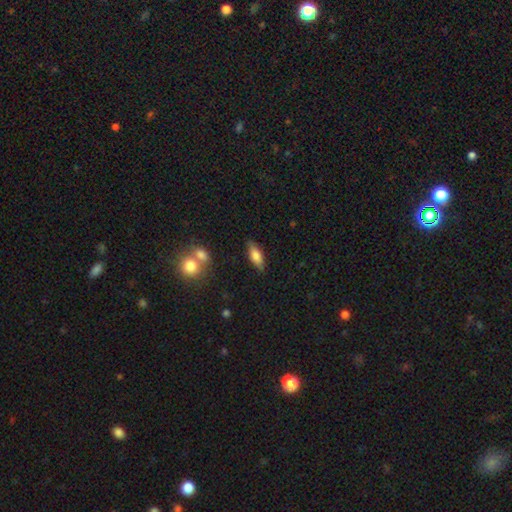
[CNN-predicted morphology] Overall: smooth (71%). How rounded: in between (66%; cigar-shaped 31%). Merging: none (81%).